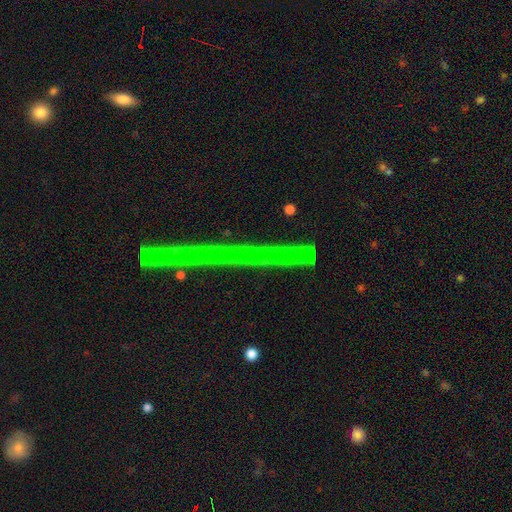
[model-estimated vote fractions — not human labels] This appears to be a star or artifact, not a galaxy (75%).